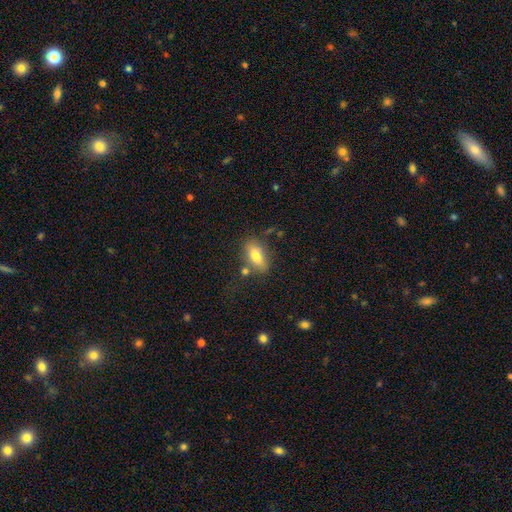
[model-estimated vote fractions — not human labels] Smooth or featured? Predicted: smooth (p=0.77). How rounded? Predicted: in between (p=0.89). Merging? Predicted: none (p=0.70).